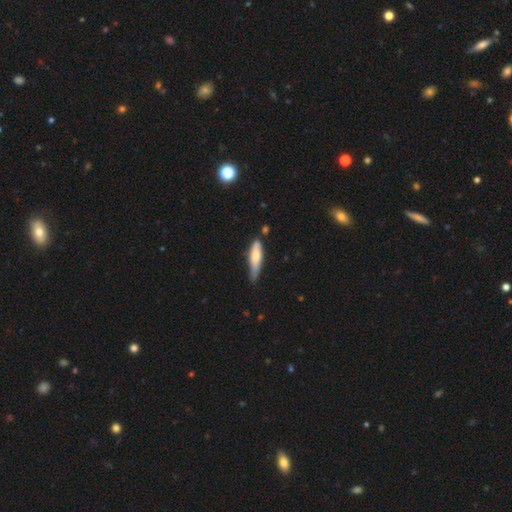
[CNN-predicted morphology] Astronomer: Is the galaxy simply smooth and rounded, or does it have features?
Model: smooth — 64%.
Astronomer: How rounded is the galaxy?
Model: cigar-shaped — 72%.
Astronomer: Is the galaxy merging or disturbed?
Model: none — 51% (runner-up: minor disturbance, 37%).